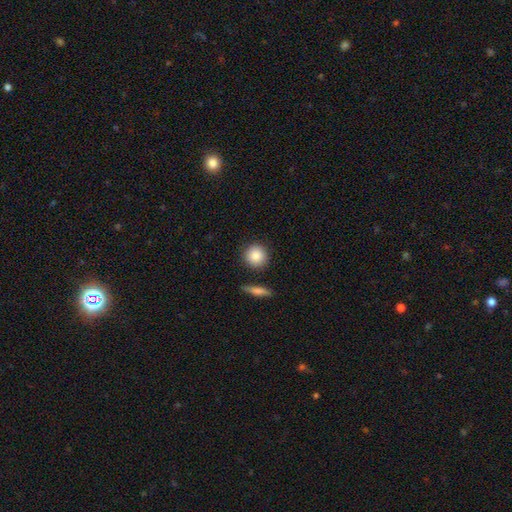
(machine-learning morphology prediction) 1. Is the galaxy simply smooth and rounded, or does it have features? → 86% smooth, 7% star or artifact, 6% featured or disk.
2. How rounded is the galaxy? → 90% round, 8% in between, 2% cigar-shaped.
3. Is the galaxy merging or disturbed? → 86% none, 8% minor disturbance, 4% merger, 2% major disturbance.